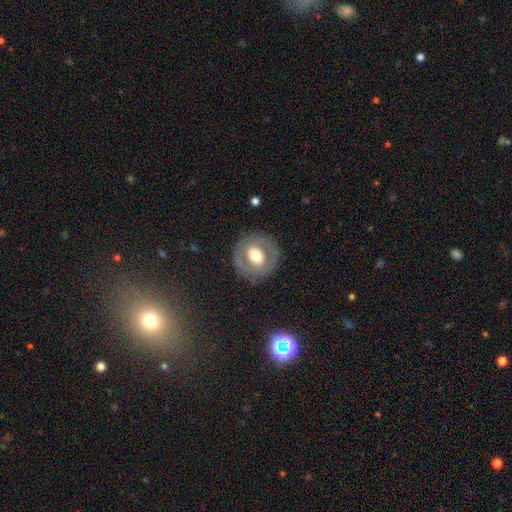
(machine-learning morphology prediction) This appears to be a featured or disk galaxy (50%). Merging: none (82%).